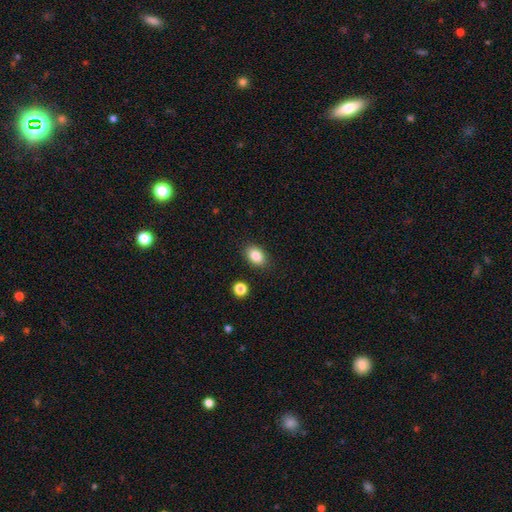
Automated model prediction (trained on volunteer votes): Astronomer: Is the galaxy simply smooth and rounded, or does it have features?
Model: smooth — 86%.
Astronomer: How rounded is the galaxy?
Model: in between — 82%.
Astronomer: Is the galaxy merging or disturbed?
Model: none — 86%.